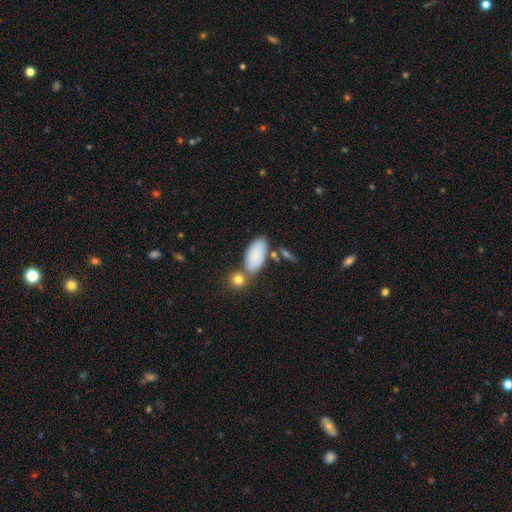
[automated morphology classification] This is clearly a smooth galaxy (83%). How rounded: clearly in between (91%). Merging: likely none (61%).